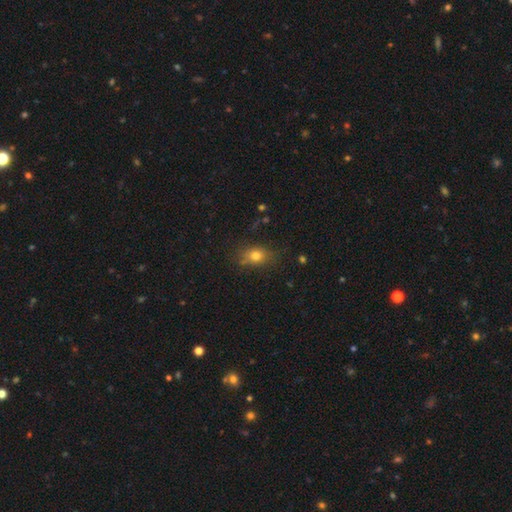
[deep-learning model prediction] A smooth galaxy with no disk features (74%) that is in between round and cigar-shaped (59%). Merging: none (74%).